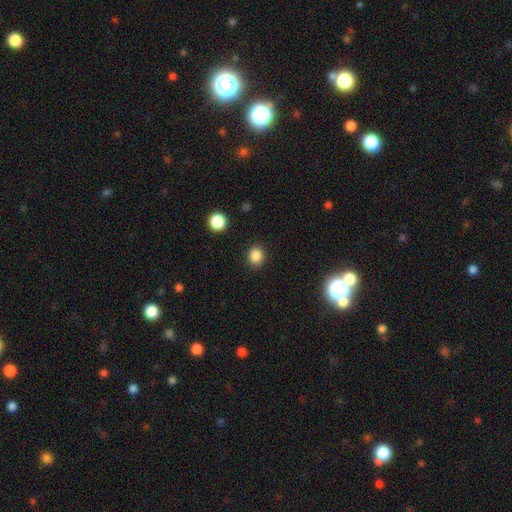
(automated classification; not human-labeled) Smooth or featured: smooth — 85% (star or artifact — 11%)
How rounded: round — 69% (in between — 30%)
Merging: none — 89% (minor disturbance — 7%)